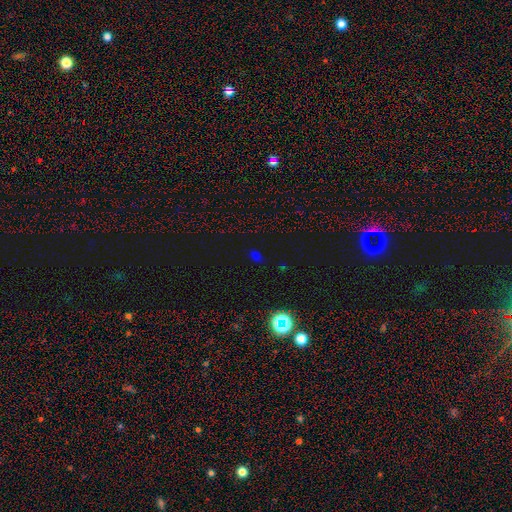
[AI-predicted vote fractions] This appears to be a star or artifact, not a galaxy (47%, tied with smooth).